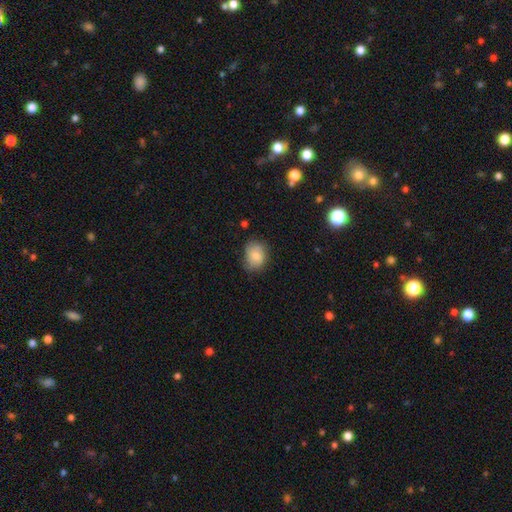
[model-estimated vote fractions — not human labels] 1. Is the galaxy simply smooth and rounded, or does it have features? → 78% smooth, 14% featured or disk, 8% star or artifact.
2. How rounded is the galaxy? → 53% in between, 46% round, 1% cigar-shaped.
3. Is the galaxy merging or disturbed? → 68% none, 25% minor disturbance, 5% major disturbance, 2% merger.